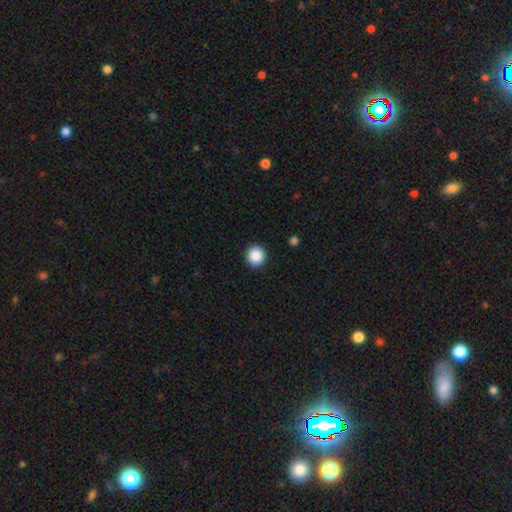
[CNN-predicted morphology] Overall: smooth (88%). How rounded: round (96%). Merging: none (93%).